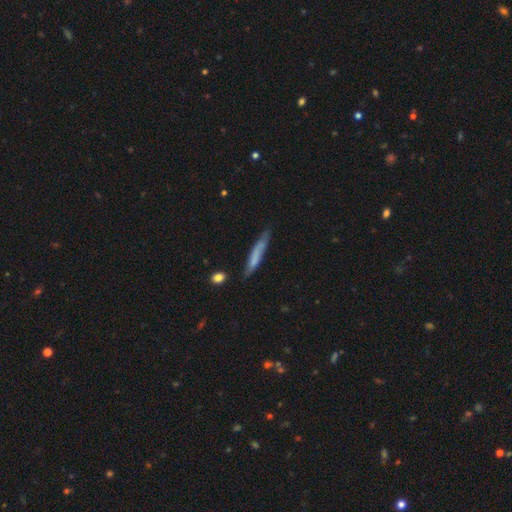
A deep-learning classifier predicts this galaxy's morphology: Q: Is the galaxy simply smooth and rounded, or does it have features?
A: smooth — 62%.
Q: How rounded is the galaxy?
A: cigar-shaped — 91%.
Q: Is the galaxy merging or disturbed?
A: none — 65%.